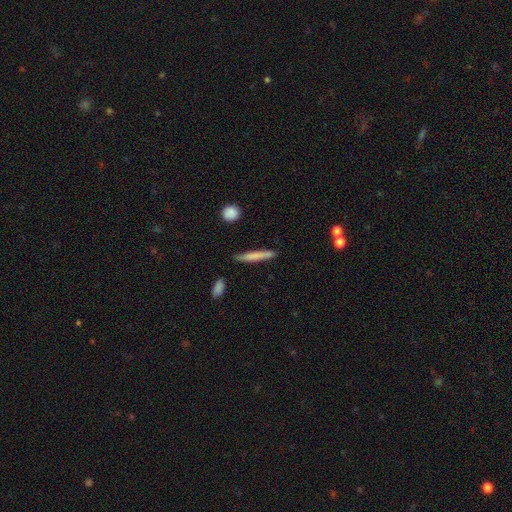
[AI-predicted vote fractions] Q: Smooth or featured?
A: smooth (72%); runner-up: featured or disk (22%)
Q: How rounded?
A: cigar-shaped (95%); runner-up: in between (4%)
Q: Merging?
A: none (87%); runner-up: minor disturbance (9%)